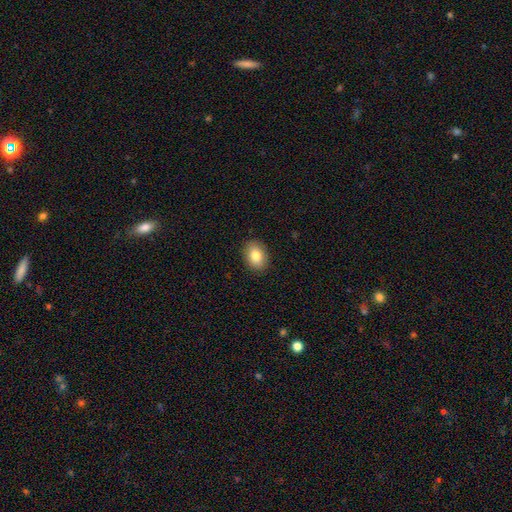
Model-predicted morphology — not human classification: This appears to be a smooth galaxy with no disk features (82%) that is in between round and cigar-shaped (71%). Merging: none (89%).